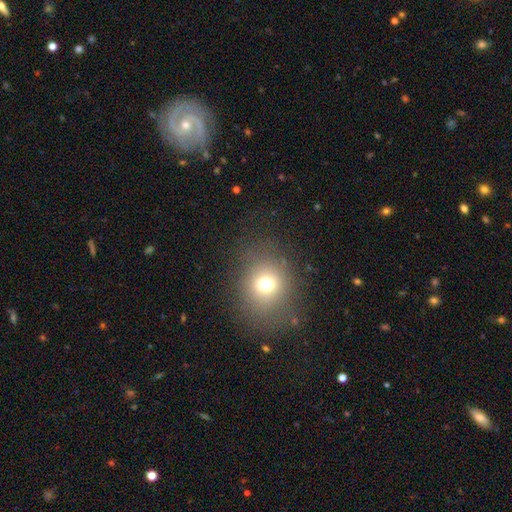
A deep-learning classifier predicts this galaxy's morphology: This is possibly a smooth galaxy (58%). How rounded: likely round (67%). Merging: clearly none (84%).